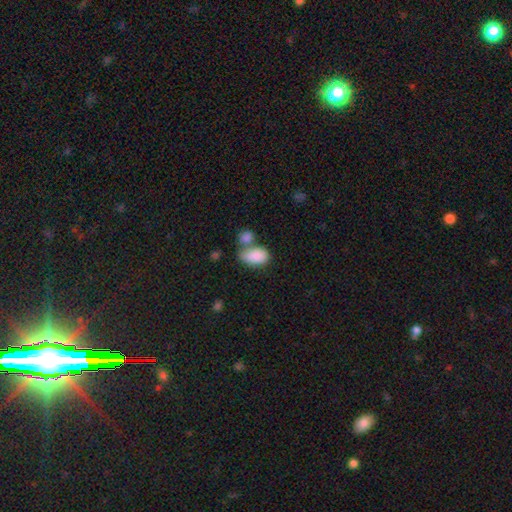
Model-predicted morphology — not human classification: Smooth or featured? Predicted: smooth (p=0.85). How rounded? Predicted: in between (p=0.91). Merging? Predicted: merger (p=0.44).